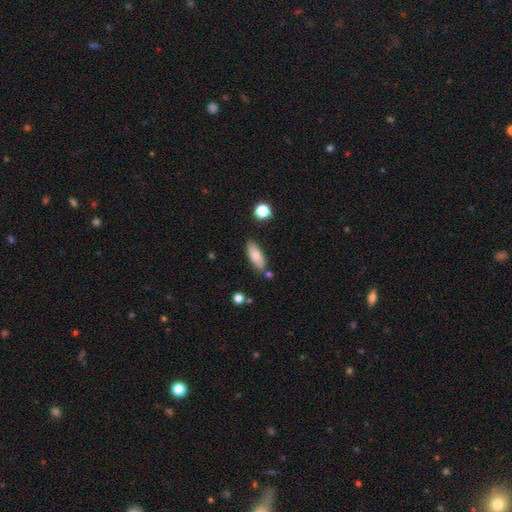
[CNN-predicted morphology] Smooth or featured? smooth (81%)
How rounded? in between (69%)
Merging? none (77%)